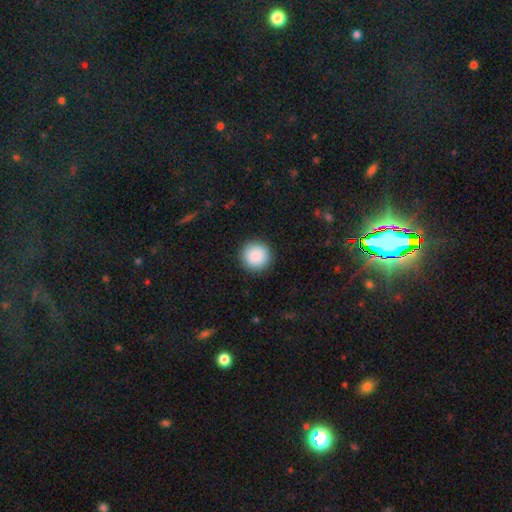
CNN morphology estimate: Smooth or featured? Predicted: smooth (p=0.89). How rounded? Predicted: round (p=0.96). Merging? Predicted: none (p=0.92).